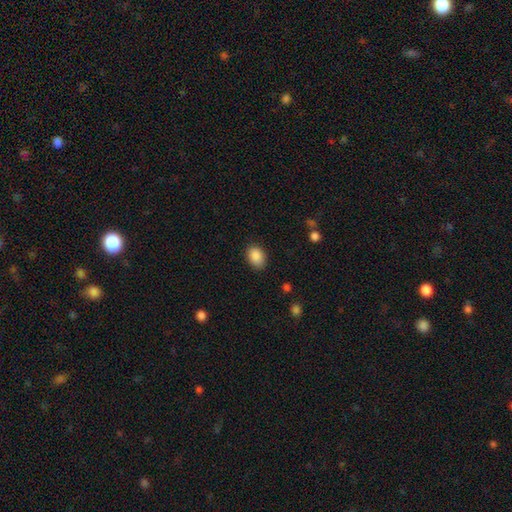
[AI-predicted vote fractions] Q: Smooth or featured?
A: smooth (88%); runner-up: star or artifact (8%)
Q: How rounded?
A: in between (79%); runner-up: round (20%)
Q: Merging?
A: none (84%); runner-up: minor disturbance (12%)